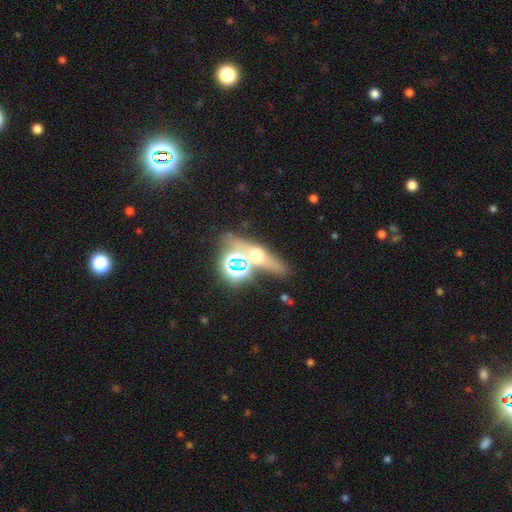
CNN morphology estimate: The model was most divided on "smooth or featured": smooth: 37%, star or artifact: 33%, featured or disk: 30%. More confident: merging — none (63%).